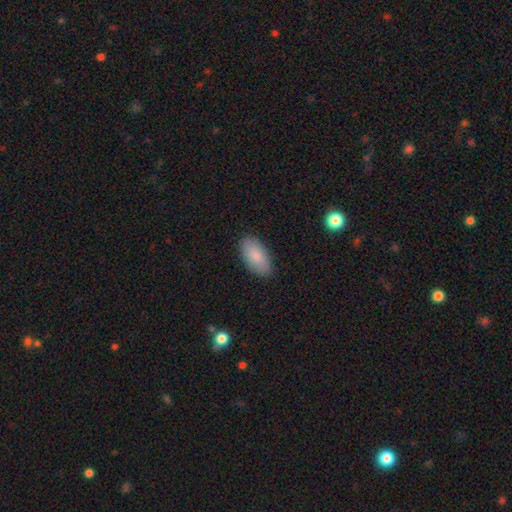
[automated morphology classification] This is clearly a smooth galaxy (86%). How rounded: clearly in between (95%). Merging: clearly none (87%).